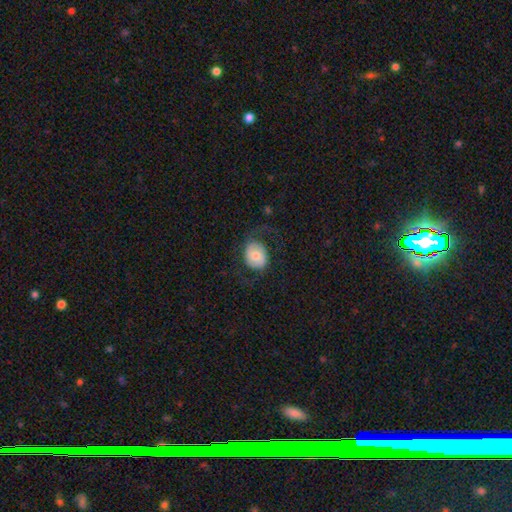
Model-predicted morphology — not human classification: smooth-or-featured: smooth: 53% | featured or disk: 40% | star or artifact: 7%
  how-rounded: round: 57% | in between: 42% | cigar-shaped: 1%
  merging: none: 63% | major disturbance: 20% | minor disturbance: 16% | merger: 1%